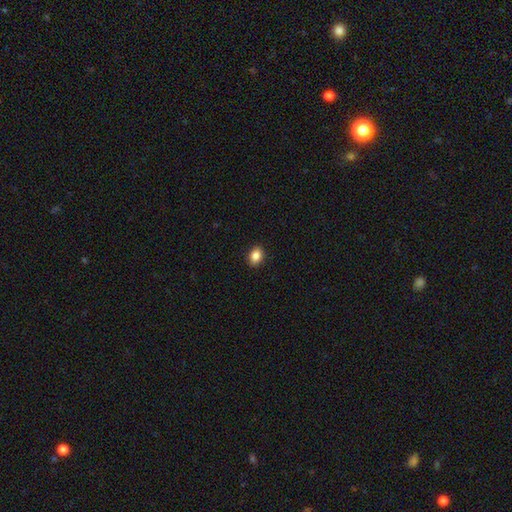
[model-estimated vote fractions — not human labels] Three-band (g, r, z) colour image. It shows a smooth galaxy with no disk features (87%) that is in between round and cigar-shaped (69%). Merging: none (90%).